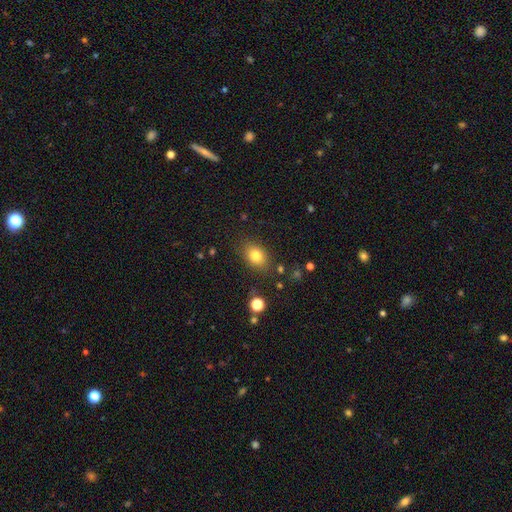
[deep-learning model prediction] Overall: smooth (81%). How rounded: in between (70%). Merging: none (80%).